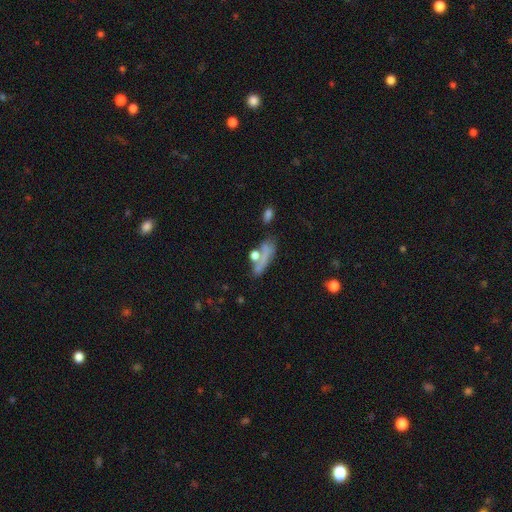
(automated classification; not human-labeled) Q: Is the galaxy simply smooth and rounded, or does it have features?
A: smooth — 65%.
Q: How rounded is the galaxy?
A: in between — 48%.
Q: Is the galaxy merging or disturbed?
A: none — 43%.